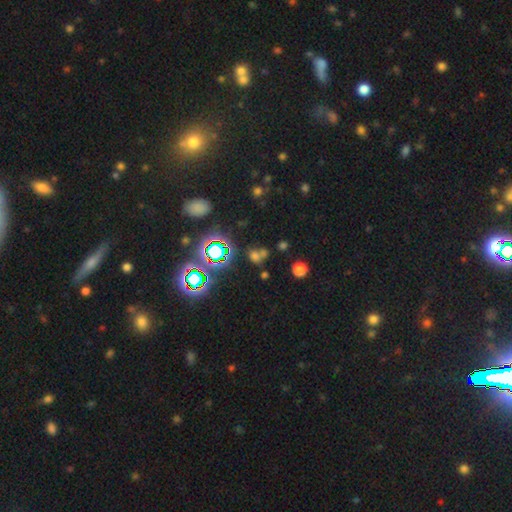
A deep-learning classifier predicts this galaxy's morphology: Smooth or featured: smooth — 47% (star or artifact — 42%)
Merging: none — 50% (merger — 30%)